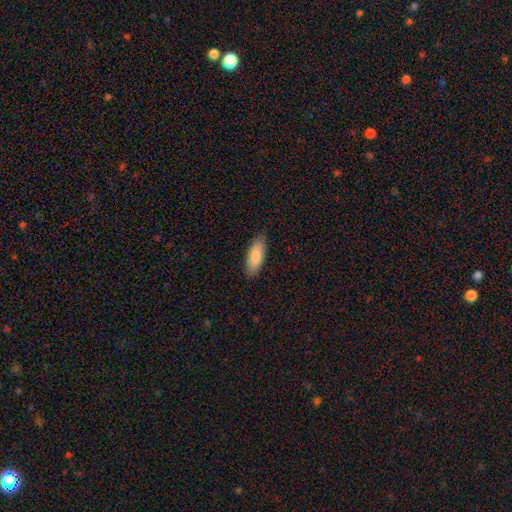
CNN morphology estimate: Smooth or featured? smooth (85%)
How rounded? in between (67%)
Merging? none (86%)